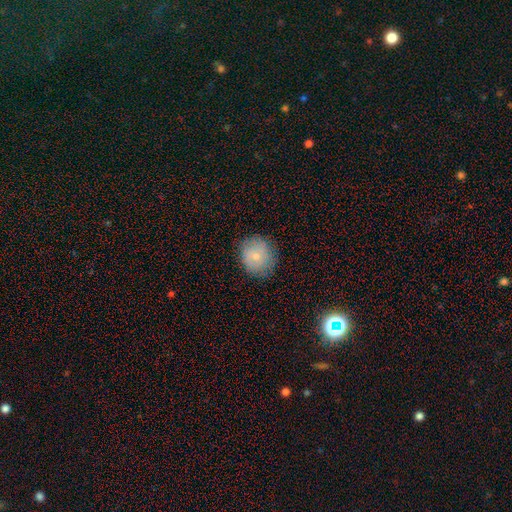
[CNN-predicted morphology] A smooth galaxy with no disk features (74%) that is round (84%). Merging: none (81%).